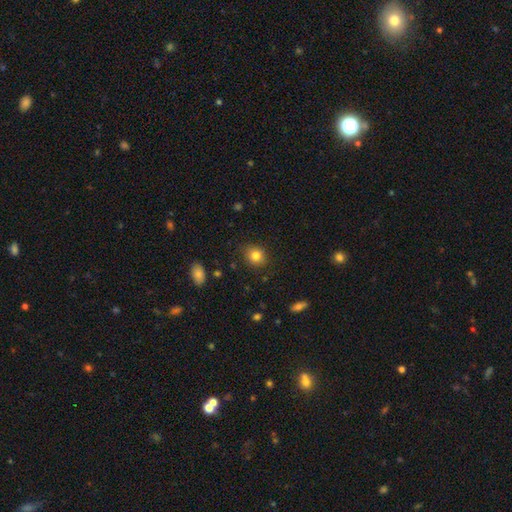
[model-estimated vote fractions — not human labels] Smooth or featured: smooth — 82% (star or artifact — 11%)
How rounded: round — 77% (in between — 22%)
Merging: none — 85% (minor disturbance — 11%)